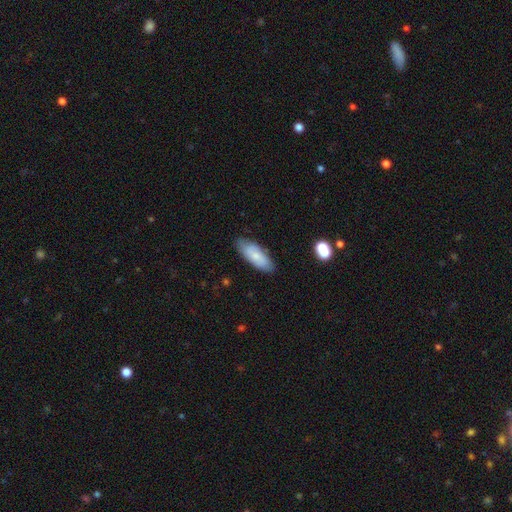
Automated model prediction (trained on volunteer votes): This appears to be a smooth galaxy with no disk features (73%) that is in between round and cigar-shaped (73%). Merging: none (79%).